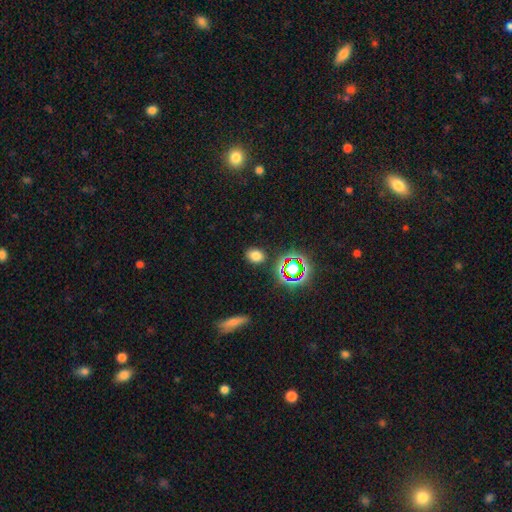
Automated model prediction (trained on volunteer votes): Overall: smooth (73%). How rounded: in between (58%; round 40%). Merging: none (86%).